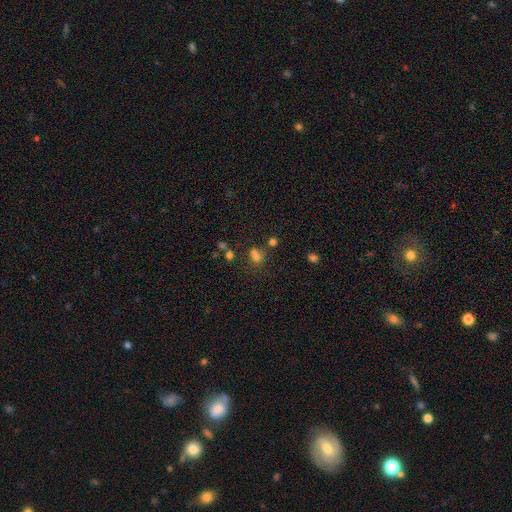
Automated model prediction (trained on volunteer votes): Morphology: type=smooth (64%); roundness=round (62%); merging=none (44%).